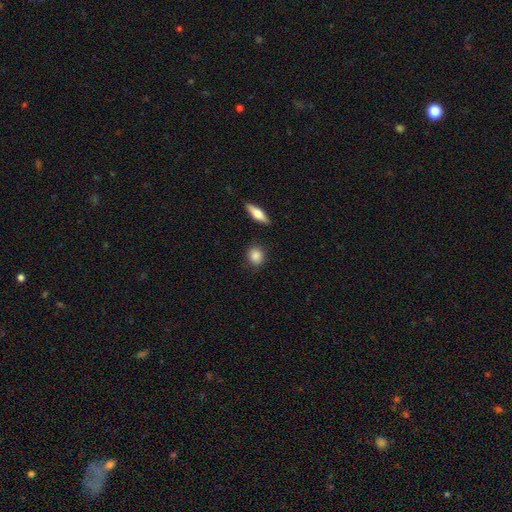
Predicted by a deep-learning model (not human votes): Morphology: type=smooth (87%); roundness=round (71%); merging=none (86%).